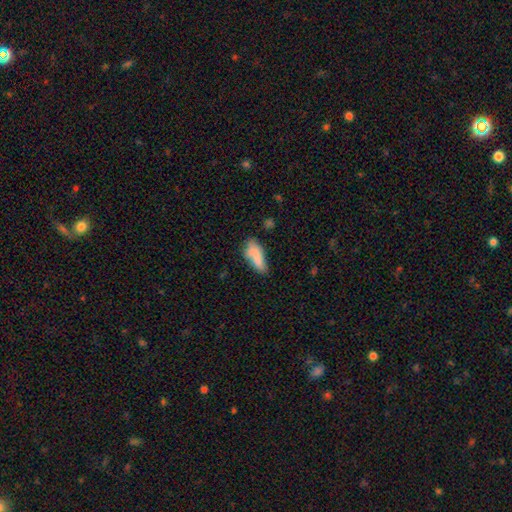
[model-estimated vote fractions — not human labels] Smooth or featured: smooth — 78% (featured or disk — 14%)
How rounded: in between — 74% (cigar-shaped — 24%)
Merging: none — 47% (minor disturbance — 29%)